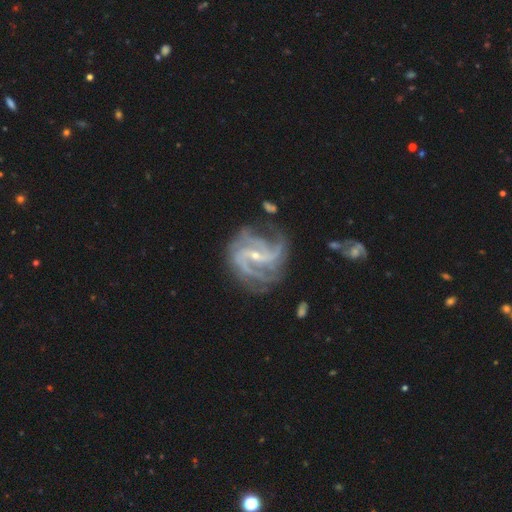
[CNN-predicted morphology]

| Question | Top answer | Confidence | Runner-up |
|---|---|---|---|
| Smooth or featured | featured or disk | 92% | star or artifact (5%) |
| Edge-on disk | no | 98% | yes (2%) |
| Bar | strong | 40% | weak (38%) |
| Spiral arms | yes | 98% | no (2%) |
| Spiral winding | medium | 53% | tight (27%) |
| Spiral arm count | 3 | 33% | 2 (29%) |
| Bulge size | small | 75% | moderate (21%) |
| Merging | none | 62% | minor disturbance (21%) |